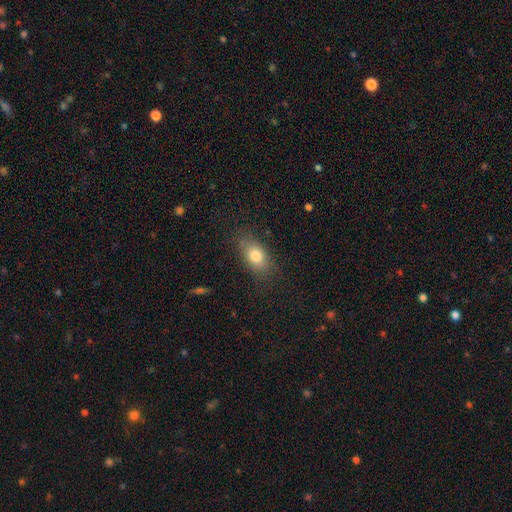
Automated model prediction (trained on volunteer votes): This appears to be a smooth galaxy with no disk features (79%) that is in between round and cigar-shaped (84%). Merging: none (78%).